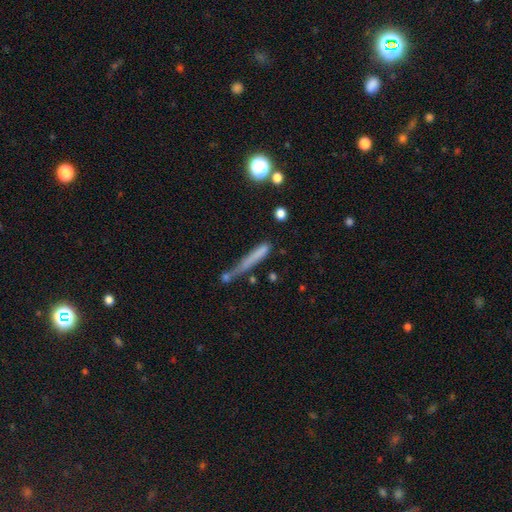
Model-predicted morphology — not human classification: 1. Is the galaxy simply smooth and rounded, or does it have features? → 62% smooth, 26% featured or disk, 13% star or artifact.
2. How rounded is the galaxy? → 90% cigar-shaped, 7% in between, 3% round.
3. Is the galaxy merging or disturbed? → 46% none, 22% minor disturbance, 17% merger, 15% major disturbance.